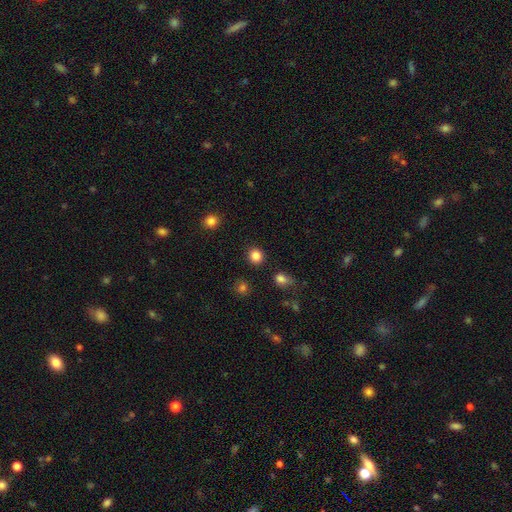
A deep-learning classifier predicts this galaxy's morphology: Smooth or featured: smooth — 85% (star or artifact — 11%)
How rounded: round — 88% (in between — 11%)
Merging: none — 90% (minor disturbance — 6%)